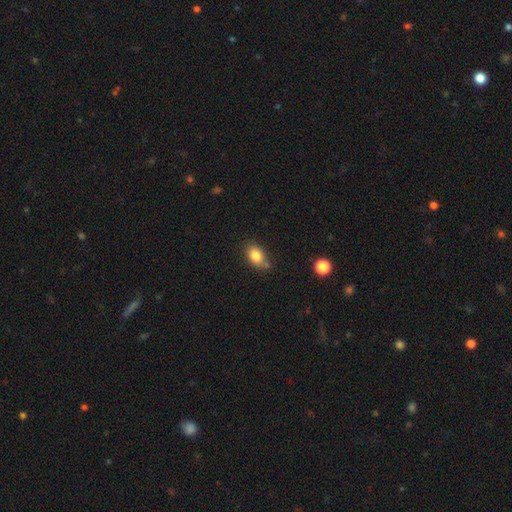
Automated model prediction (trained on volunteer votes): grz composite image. It shows a smooth galaxy with no disk features (83%) that is in between round and cigar-shaped (81%). Merging: none (64%).